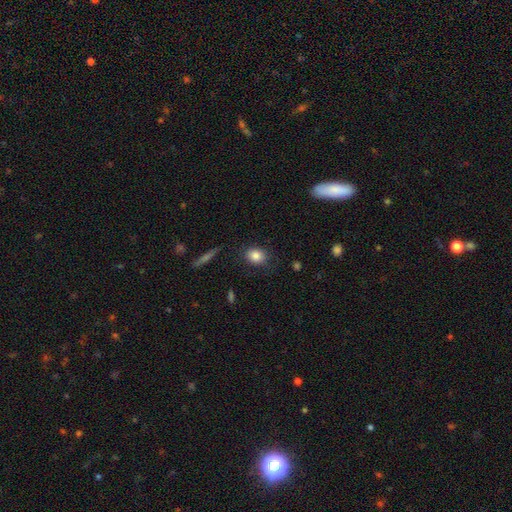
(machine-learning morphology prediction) This is clearly a smooth galaxy (84%). How rounded: possibly in between (49%, tied with round). Merging: clearly none (83%).